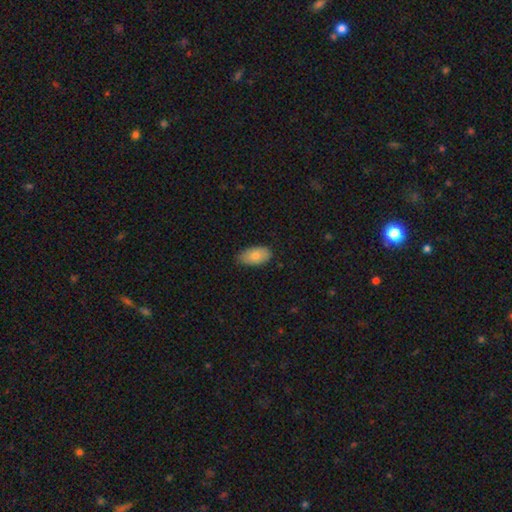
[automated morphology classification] Overall: smooth (79%). How rounded: in between (94%). Merging: none (78%).